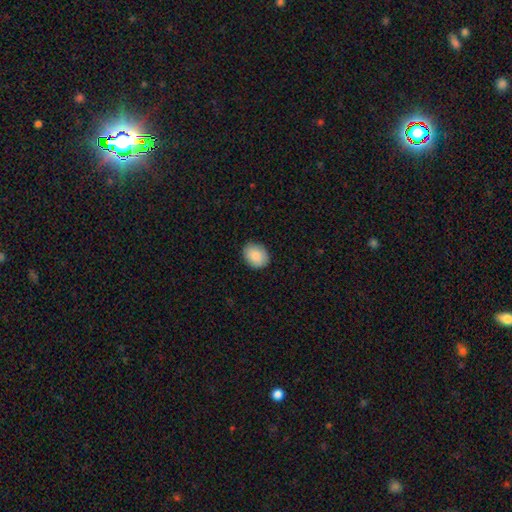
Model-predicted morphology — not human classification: This appears to be a smooth galaxy with no disk features (88%) that is in between round and cigar-shaped (59%). Merging: none (87%).